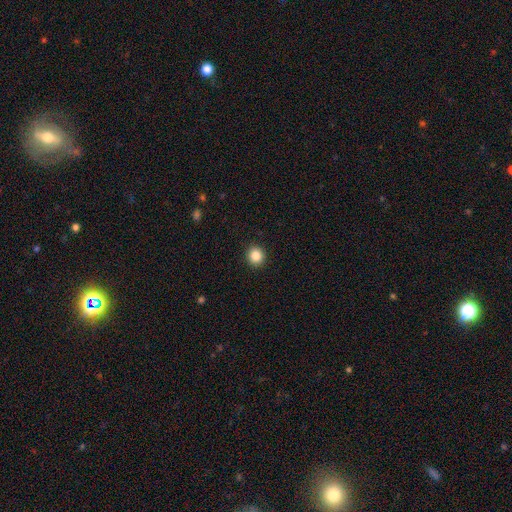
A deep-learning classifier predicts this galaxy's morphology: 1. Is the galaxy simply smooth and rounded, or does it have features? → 86% smooth, 10% star or artifact, 4% featured or disk.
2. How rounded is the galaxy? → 89% round, 10% in between, 1% cigar-shaped.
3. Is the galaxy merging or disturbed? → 92% none, 5% minor disturbance, 2% major disturbance, 1% merger.